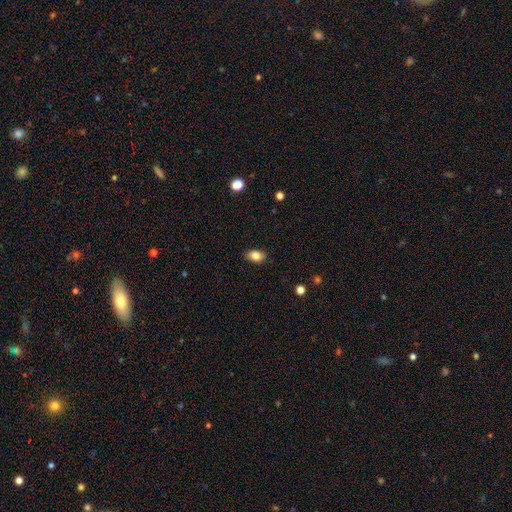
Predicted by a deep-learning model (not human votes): Overall: smooth (83%). How rounded: in between (84%). Merging: none (87%).